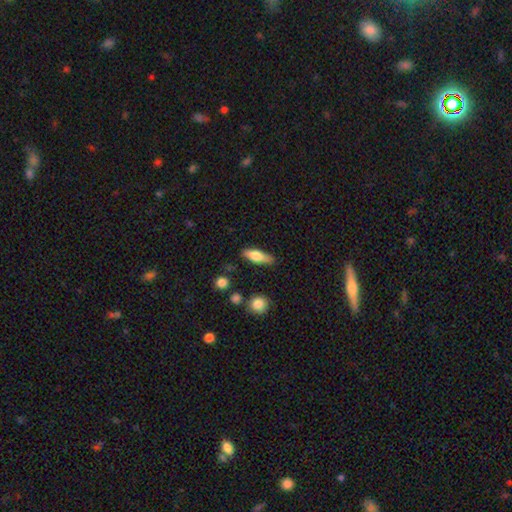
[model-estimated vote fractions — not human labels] smooth-or-featured: smooth: 62% | featured or disk: 31% | star or artifact: 7%
  how-rounded: cigar-shaped: 49% | in between: 47% | round: 3%
  merging: none: 81% | minor disturbance: 14% | major disturbance: 3% | merger: 3%